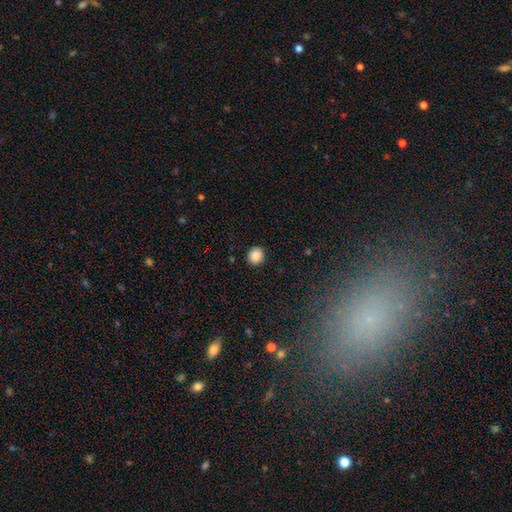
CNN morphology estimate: Smooth or featured?
  - smooth: 87% *
  - star or artifact: 9%
  - featured or disk: 4%
How rounded?
  - round: 82% *
  - in between: 17%
  - cigar-shaped: 1%
Merging?
  - none: 91% *
  - minor disturbance: 6%
  - major disturbance: 2%
  - merger: 1%